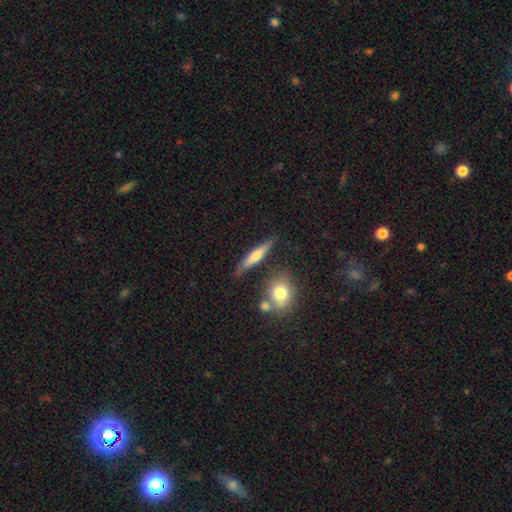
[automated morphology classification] This is possibly a smooth galaxy (54%). How rounded: clearly cigar-shaped (84%). Merging: likely none (75%).